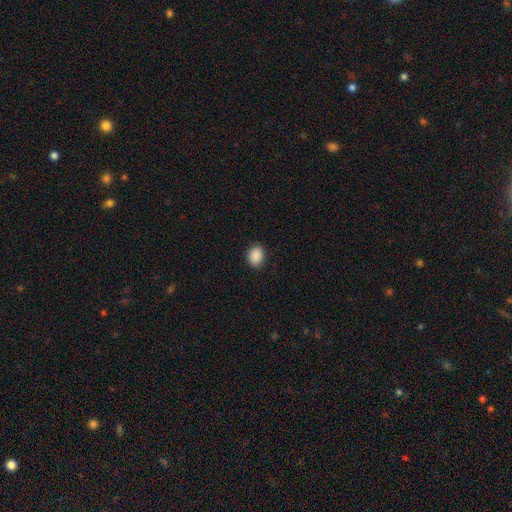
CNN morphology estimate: The model was most divided on "how rounded": in between: 54%, round: 45%, cigar-shaped: 1%. More confident: smooth or featured — smooth (89%); merging — none (88%).